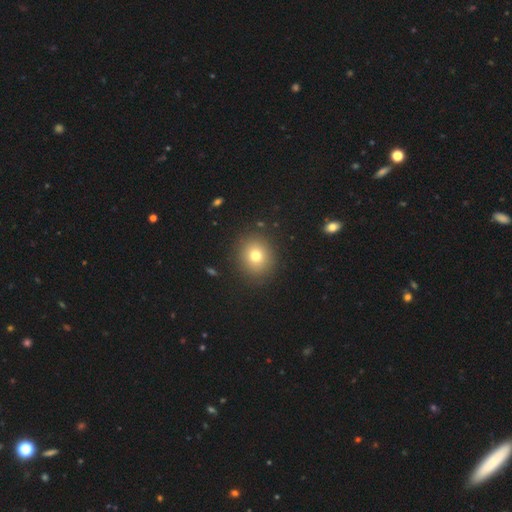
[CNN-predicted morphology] smooth 75%, star or artifact 14%, featured or disk 11%. Down the decision tree: how rounded — round (83%); merging — none (89%).